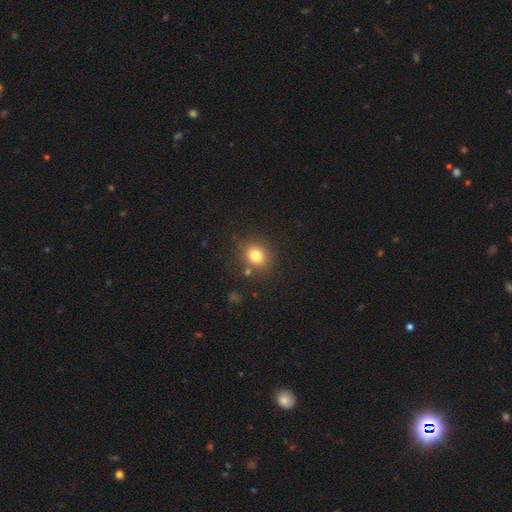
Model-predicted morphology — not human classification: A smooth galaxy with no disk features (80%) that is round (64%). Merging: none (80%).